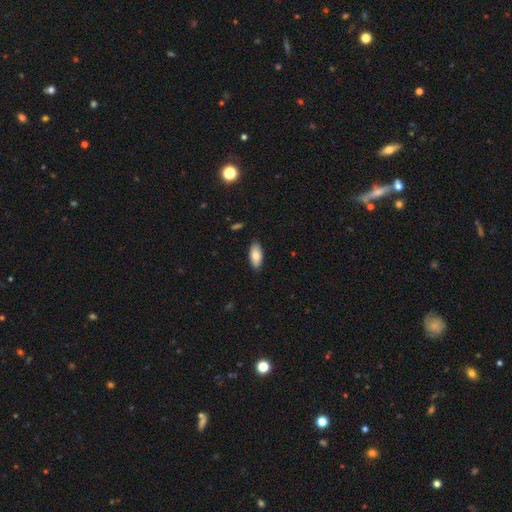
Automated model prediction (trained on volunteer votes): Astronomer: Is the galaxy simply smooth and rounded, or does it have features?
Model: smooth — 81%.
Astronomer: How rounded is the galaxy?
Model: in between — 89%.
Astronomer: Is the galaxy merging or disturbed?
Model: none — 85%.